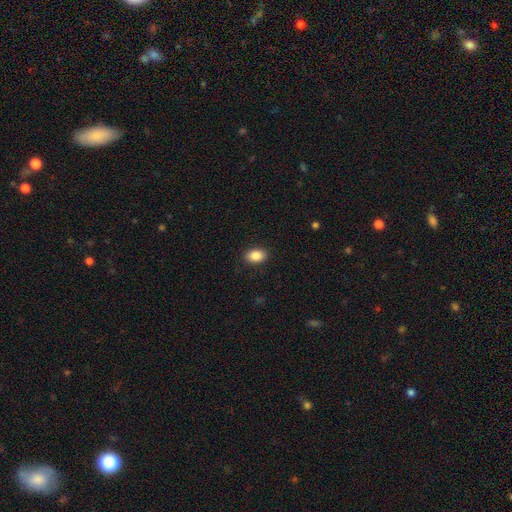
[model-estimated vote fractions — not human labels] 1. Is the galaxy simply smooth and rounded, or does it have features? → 87% smooth, 8% star or artifact, 5% featured or disk.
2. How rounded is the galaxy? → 85% in between, 14% round, 1% cigar-shaped.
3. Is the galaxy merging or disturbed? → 89% none, 8% minor disturbance, 2% major disturbance, 1% merger.